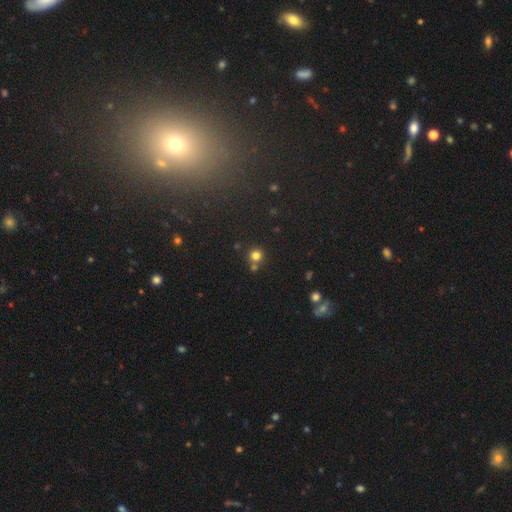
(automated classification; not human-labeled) smooth-or-featured: smooth: 78% | star or artifact: 16% | featured or disk: 6%
  how-rounded: round: 92% | in between: 7% | cigar-shaped: 1%
  merging: none: 71% | merger: 19% | minor disturbance: 7% | major disturbance: 3%